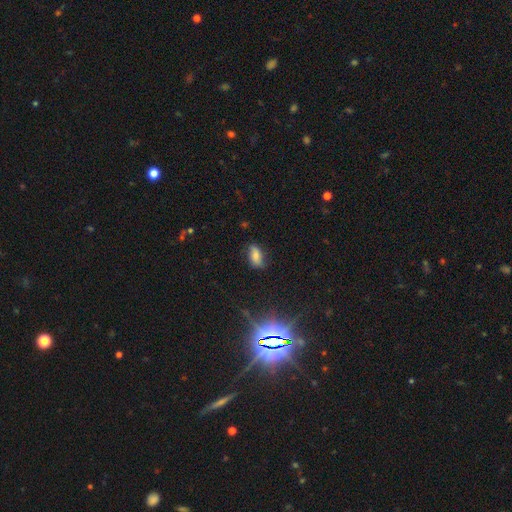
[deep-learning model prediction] This is likely a smooth galaxy (71%). How rounded: clearly in between (88%). Merging: likely none (73%).